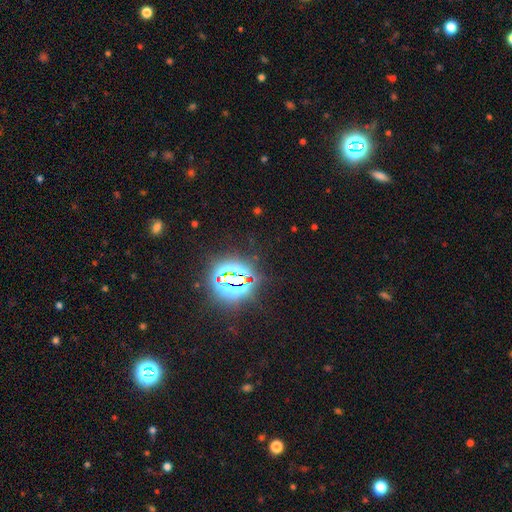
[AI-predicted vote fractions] This appears to be a star or artifact, not a galaxy (84%).